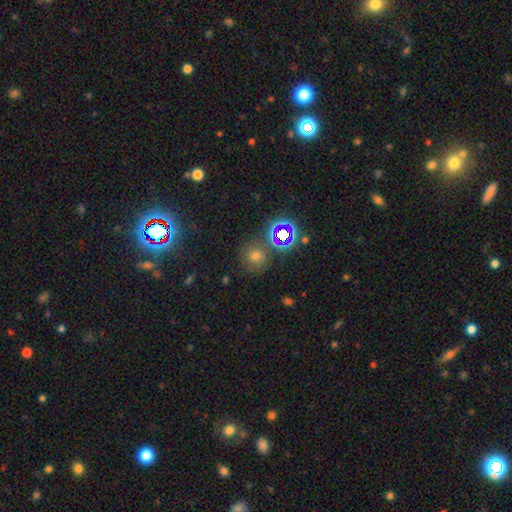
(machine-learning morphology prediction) Smooth or featured? Predicted: smooth (p=0.53). How rounded? Predicted: round (p=0.87). Merging? Predicted: none (p=0.76).